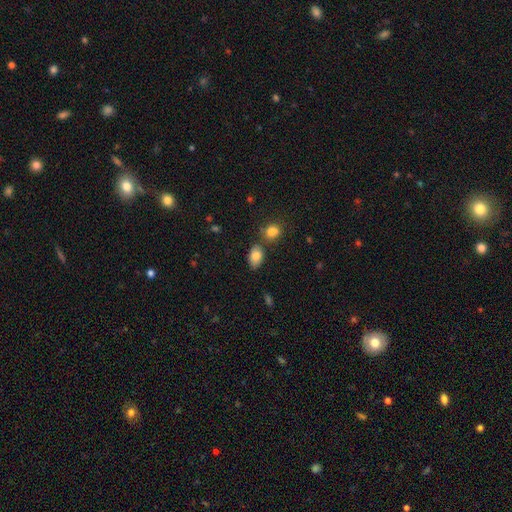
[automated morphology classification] smooth_or_featured: smooth (p=0.82) [alt: featured or disk p=0.10]
how_rounded: in between (p=0.87) [alt: round p=0.11]
merging: none (p=0.70) [alt: minor disturbance p=0.14]